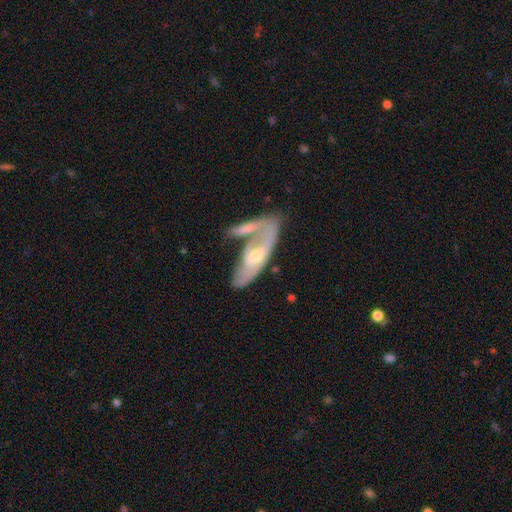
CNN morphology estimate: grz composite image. It shows a featured or disk galaxy (64%). Merging: merger (51%).